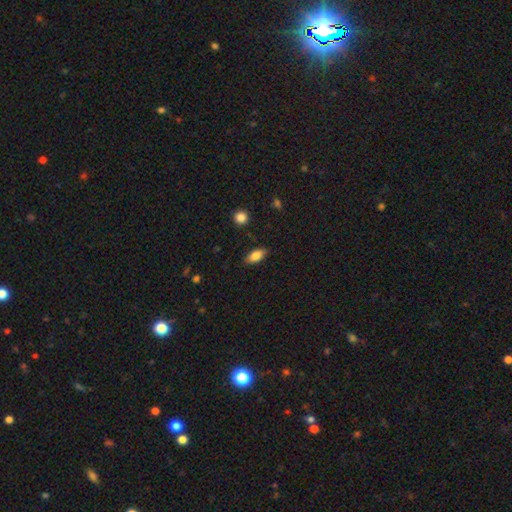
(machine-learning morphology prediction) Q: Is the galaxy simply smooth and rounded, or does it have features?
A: smooth — 82%.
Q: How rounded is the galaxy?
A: in between — 86%.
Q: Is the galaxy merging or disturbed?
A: none — 84%.